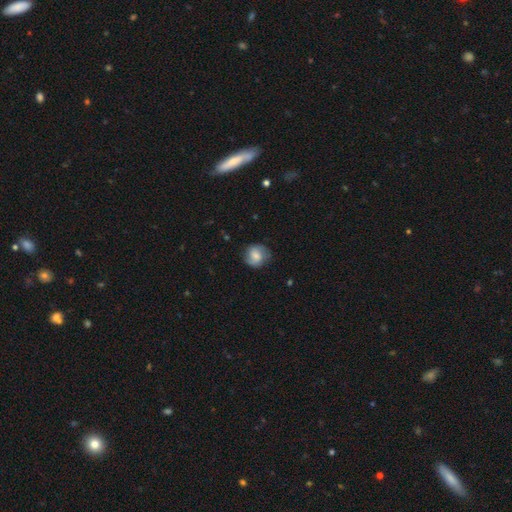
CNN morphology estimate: This appears to be a smooth galaxy with no disk features (61%) that is round (79%). Merging: none (75%).